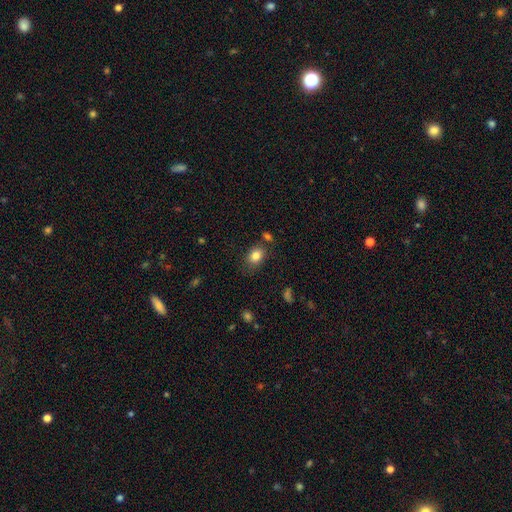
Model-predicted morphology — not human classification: Smooth or featured?
  - smooth: 83% *
  - star or artifact: 10%
  - featured or disk: 8%
How rounded?
  - in between: 68% *
  - round: 30%
  - cigar-shaped: 1%
Merging?
  - none: 73% *
  - minor disturbance: 16%
  - merger: 6%
  - major disturbance: 4%